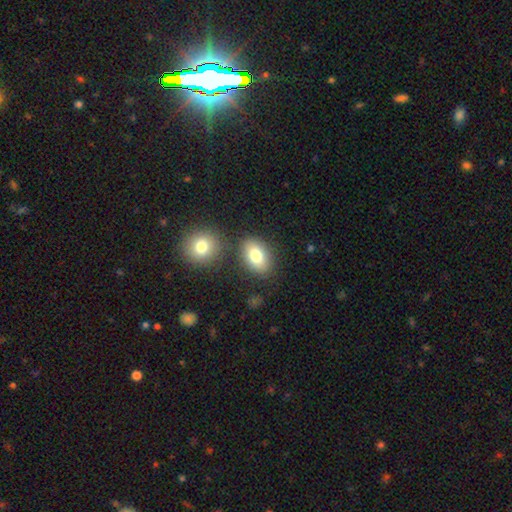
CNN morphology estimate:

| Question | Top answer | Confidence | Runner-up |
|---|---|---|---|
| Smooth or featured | smooth | 78% | featured or disk (12%) |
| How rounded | in between | 77% | round (22%) |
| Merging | none | 75% | merger (11%) |